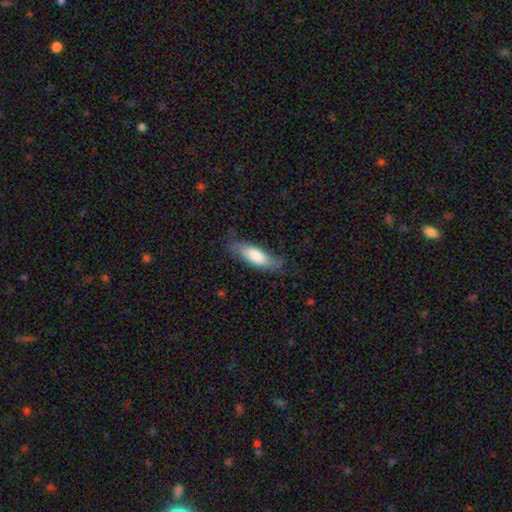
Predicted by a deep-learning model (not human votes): Smooth or featured: smooth — 75% (featured or disk — 19%)
How rounded: in between — 56% (cigar-shaped — 42%)
Merging: none — 71% (minor disturbance — 22%)